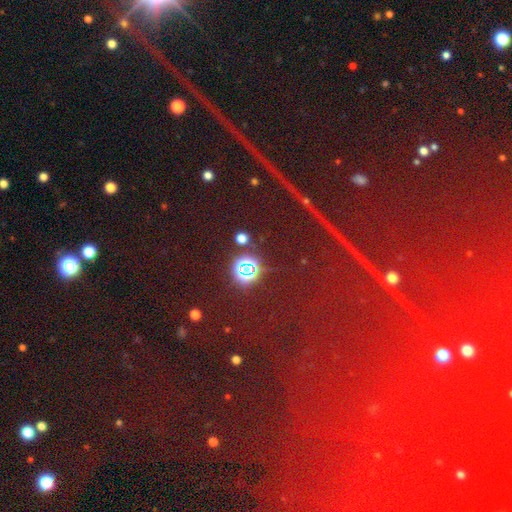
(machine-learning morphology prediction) This appears to be a star or artifact, not a galaxy (83%).